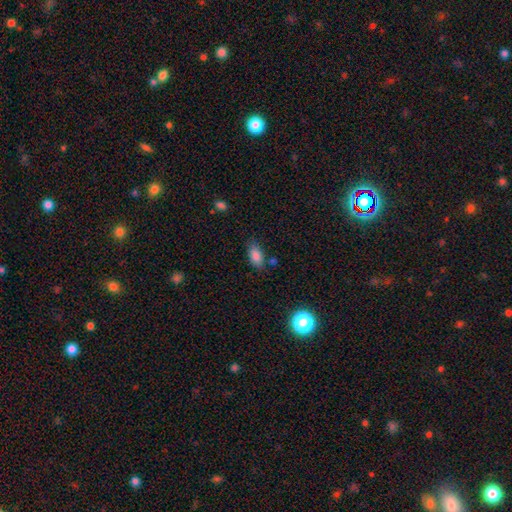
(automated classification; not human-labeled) smooth 83%, star or artifact 10%, featured or disk 7%. Down the decision tree: how rounded — in between (88%); merging — none (74%).